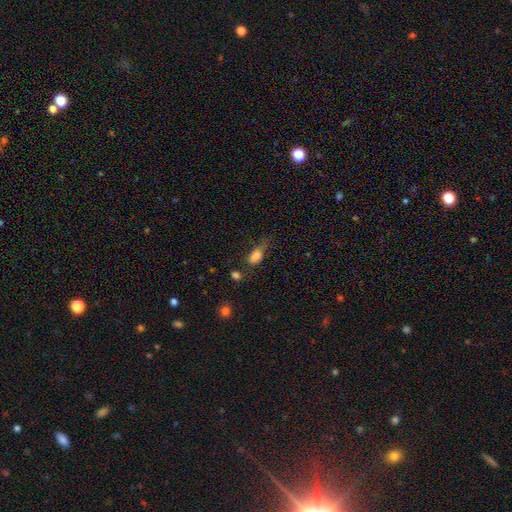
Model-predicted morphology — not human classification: The model was most divided on "merging": none: 34%, minor disturbance: 32%, major disturbance: 26%, merger: 8%. More confident: how rounded — in between (82%); smooth or featured — smooth (79%).